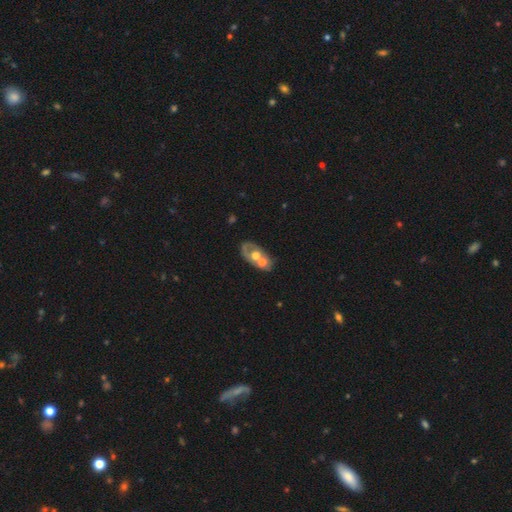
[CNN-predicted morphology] Q: Smooth or featured?
A: featured or disk (54%); runner-up: smooth (38%)
Q: Edge-on disk?
A: no (94%); runner-up: yes (6%)
Q: Bar?
A: no (89%); runner-up: weak (8%)
Q: Spiral arms?
A: no (77%); runner-up: yes (23%)
Q: Bulge size?
A: moderate (63%); runner-up: large (20%)
Q: Merging?
A: merger (55%); runner-up: none (25%)